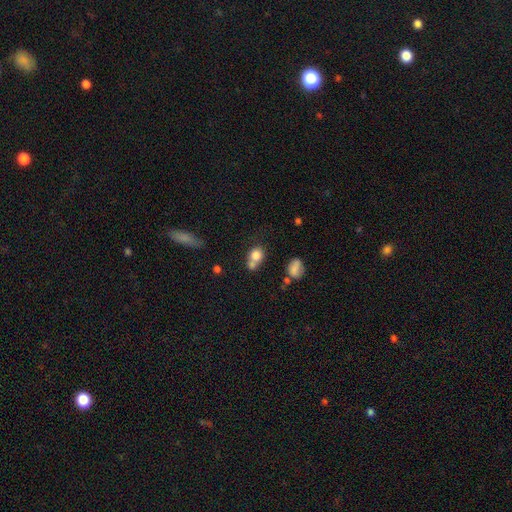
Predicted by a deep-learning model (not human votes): Smooth or featured? Predicted: smooth (p=0.77). How rounded? Predicted: round (p=0.61). Merging? Predicted: merger (p=0.49).